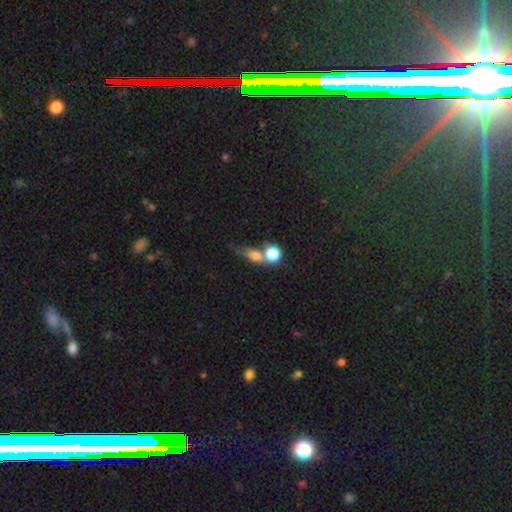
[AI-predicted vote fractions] The model was most divided on "how rounded": round: 49%, in between: 43%, cigar-shaped: 8%. Remaining: smooth or featured — smooth (73%); merging — merger (48%).